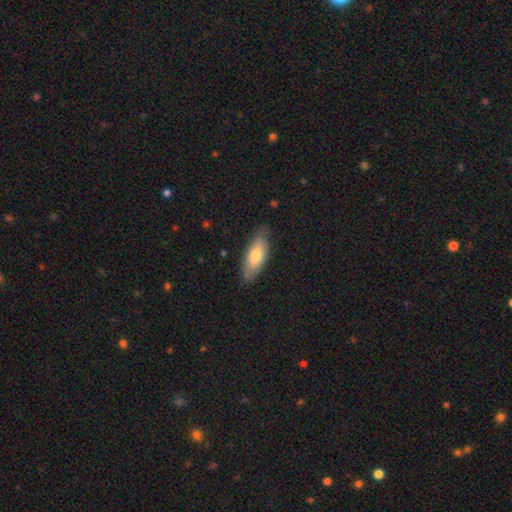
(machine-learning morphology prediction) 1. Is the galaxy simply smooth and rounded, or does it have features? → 72% smooth, 23% featured or disk, 5% star or artifact.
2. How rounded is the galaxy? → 74% in between, 24% cigar-shaped, 2% round.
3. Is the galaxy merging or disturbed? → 79% none, 17% minor disturbance, 3% major disturbance, 1% merger.